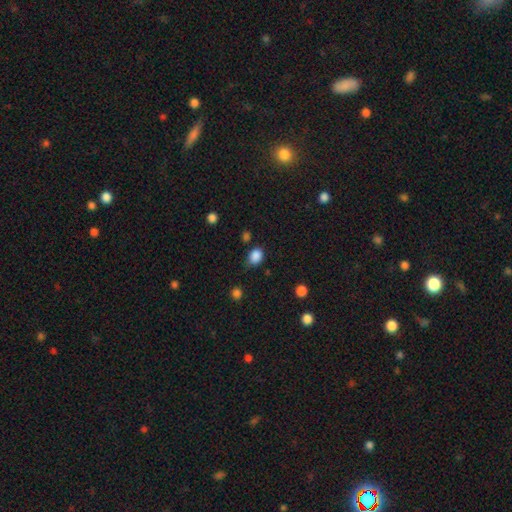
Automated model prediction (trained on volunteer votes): This is clearly a smooth galaxy (86%). How rounded: possibly in between (59%). Merging: likely none (69%).